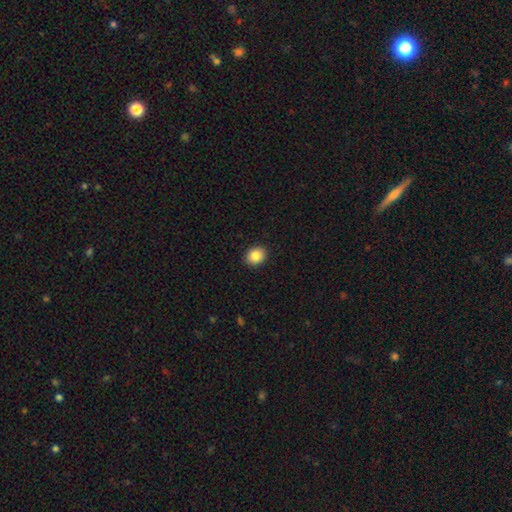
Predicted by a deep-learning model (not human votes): This appears to be a smooth galaxy with no disk features (85%) that is round (58%). Merging: none (92%).